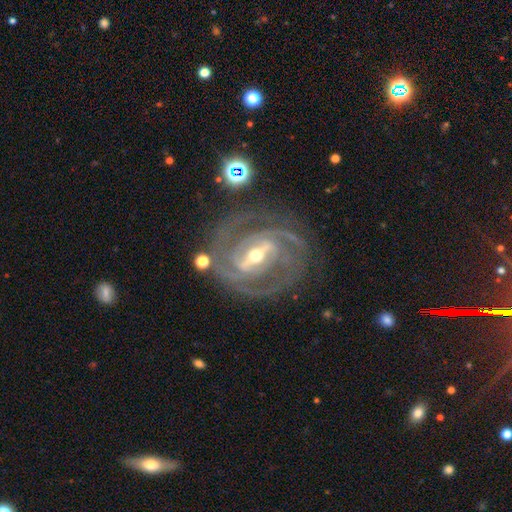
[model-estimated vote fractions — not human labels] Overall: featured or disk (92%). Edge-on disk: no (96%). Bar: strong (66%; weak 26%). Spiral arms: yes (98%). Spiral arm count: 2 (39%; 3 31%). Spiral winding: tight (62%; medium 33%). Bulge size: moderate (49%; small 47%). Merging: none (74%).